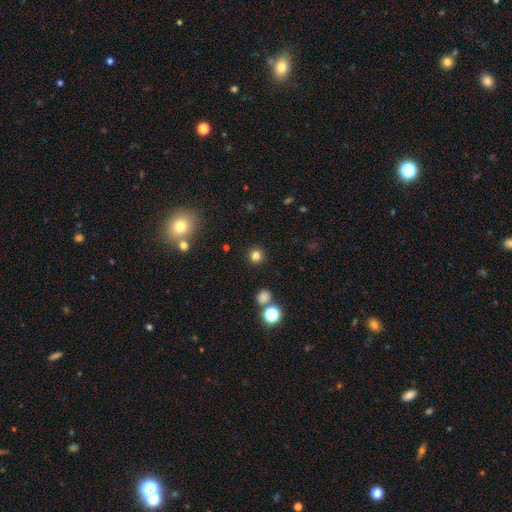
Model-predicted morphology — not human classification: smooth 81%, star or artifact 14%, featured or disk 5%. Down the decision tree: how rounded — round (94%); merging — none (90%).